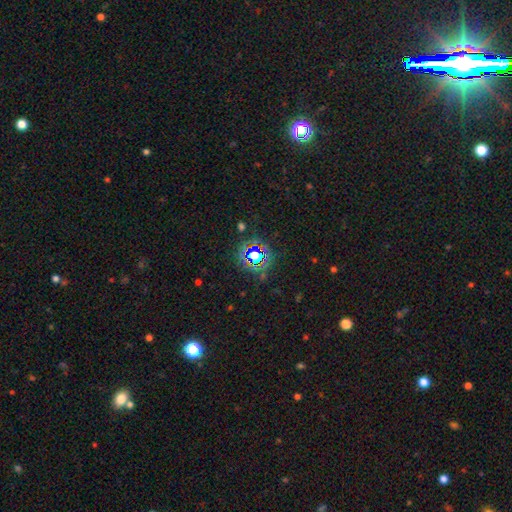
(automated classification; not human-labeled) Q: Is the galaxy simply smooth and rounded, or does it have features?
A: star or artifact — 67%.